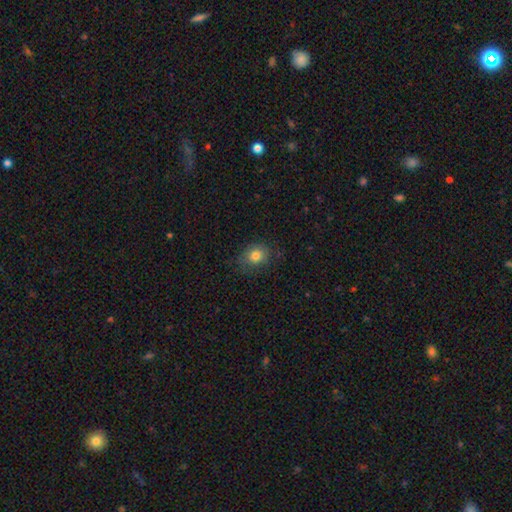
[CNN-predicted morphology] type=smooth (79%); roundness=round (55%); merging=none (73%).